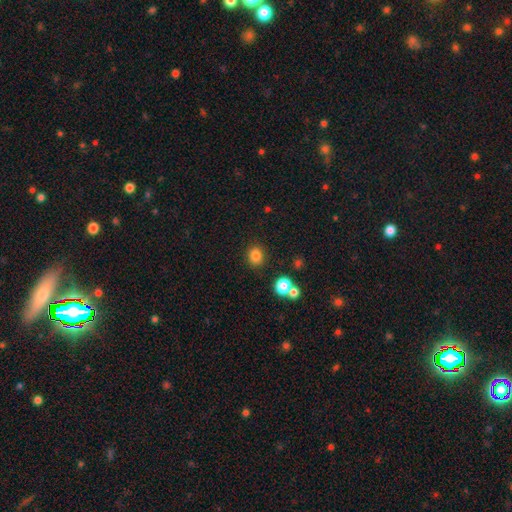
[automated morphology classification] smooth-or-featured: smooth: 82% | star or artifact: 13% | featured or disk: 5%
  how-rounded: round: 74% | in between: 25% | cigar-shaped: 1%
  merging: none: 86% | minor disturbance: 7% | merger: 4% | major disturbance: 3%